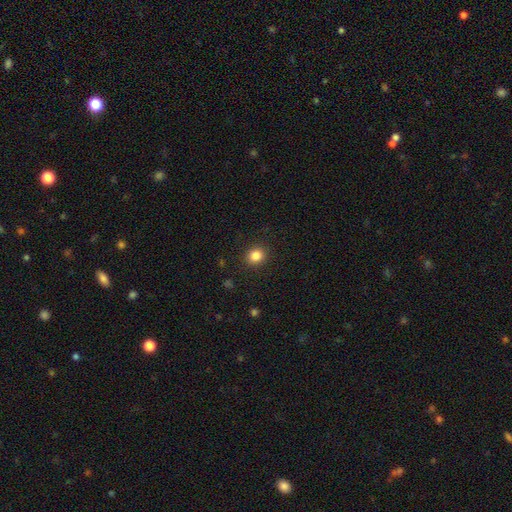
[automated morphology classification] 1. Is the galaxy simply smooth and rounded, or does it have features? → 85% smooth, 11% star or artifact, 4% featured or disk.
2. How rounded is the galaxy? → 76% round, 23% in between, 1% cigar-shaped.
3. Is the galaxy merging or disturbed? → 90% none, 6% minor disturbance, 2% major disturbance, 1% merger.